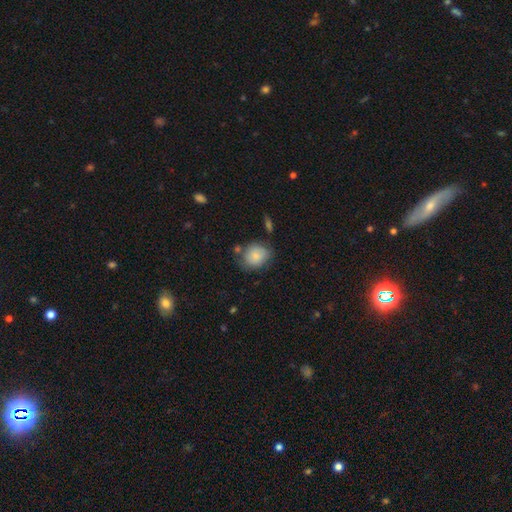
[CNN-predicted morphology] Smooth or featured? Predicted: smooth (p=0.82). How rounded? Predicted: round (p=0.62). Merging? Predicted: none (p=0.64).